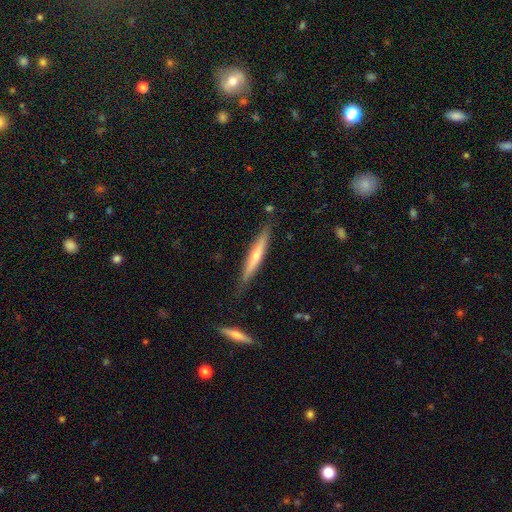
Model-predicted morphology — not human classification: Smooth or featured? Predicted: featured or disk (p=0.54). Edge-on disk? Predicted: yes (p=0.95). Edge-on bulge? Predicted: rounded (p=0.65). Merging? Predicted: none (p=0.83).